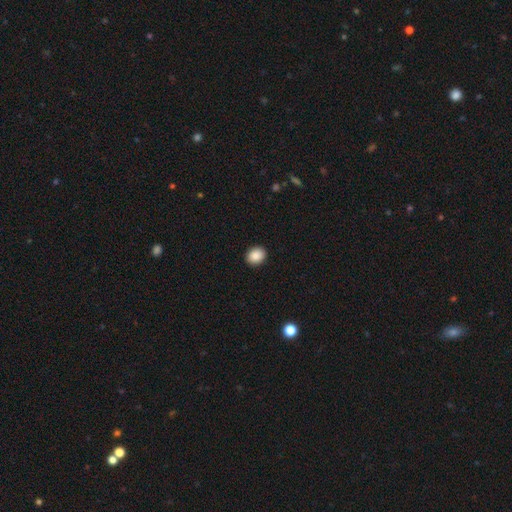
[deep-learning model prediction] Smooth or featured? smooth (89%)
How rounded? round (54%)
Merging? none (92%)